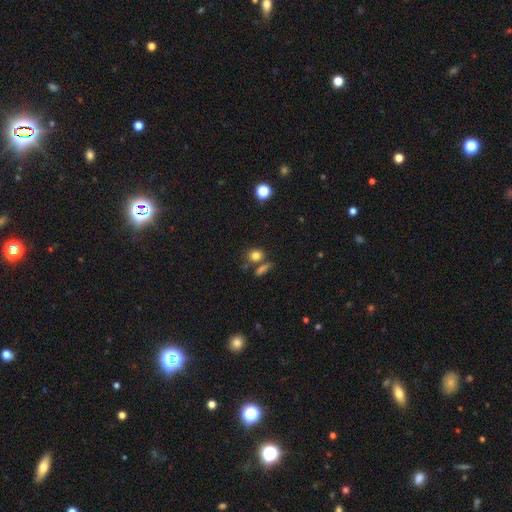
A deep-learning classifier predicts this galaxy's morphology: type=smooth (80%); roundness=round (52%); merging=none (63%).